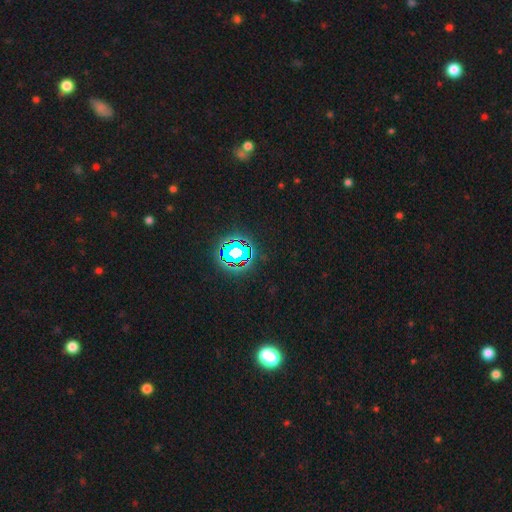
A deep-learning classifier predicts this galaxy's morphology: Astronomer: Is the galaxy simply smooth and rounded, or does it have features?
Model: star or artifact — 81%.